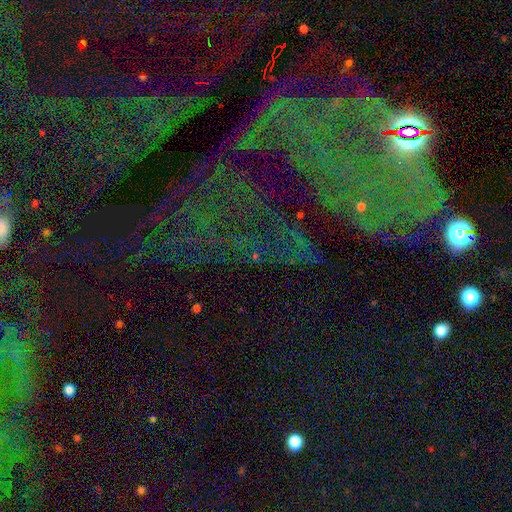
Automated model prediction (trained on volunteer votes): Q: Smooth or featured?
A: star or artifact (75%); runner-up: smooth (13%)